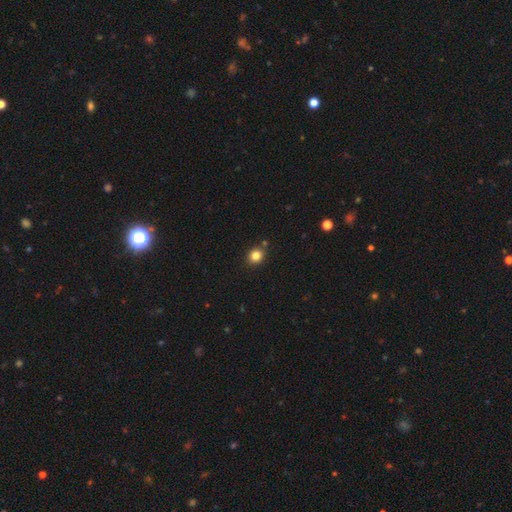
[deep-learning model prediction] This is clearly a smooth galaxy (83%). How rounded: likely round (76%). Merging: clearly none (84%).